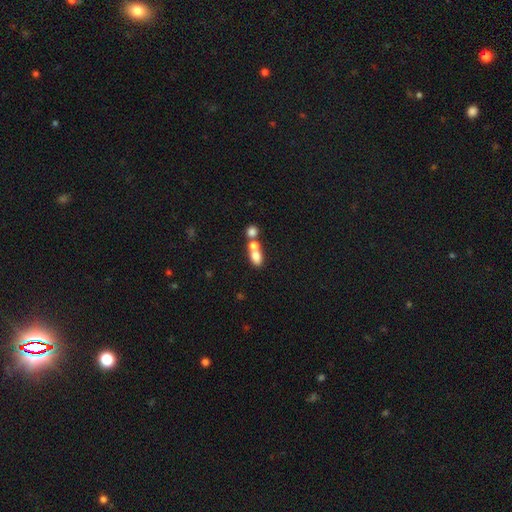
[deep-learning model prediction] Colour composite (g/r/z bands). It shows a smooth galaxy with no disk features (71%) that is in between round and cigar-shaped (70%). Merging: merger (60%).